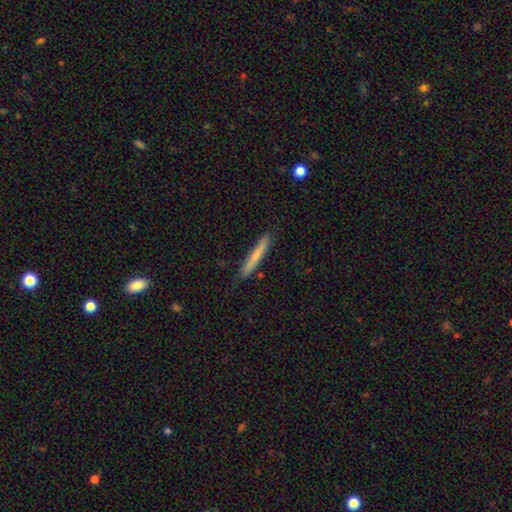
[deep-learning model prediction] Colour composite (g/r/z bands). It shows a smooth galaxy with no disk features (67%) that is cigar-shaped (96%). Merging: none (87%).